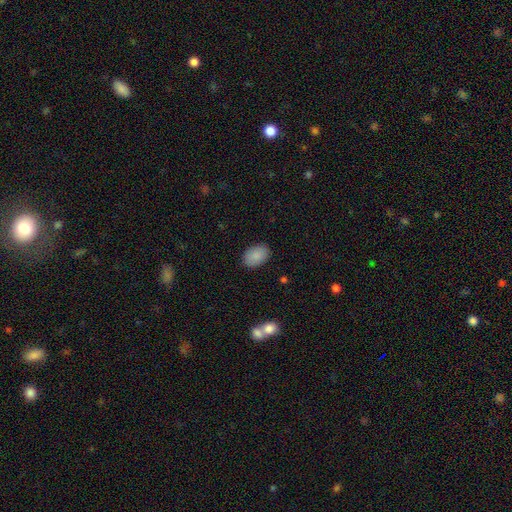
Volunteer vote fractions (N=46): A smooth galaxy with no disk features (85%) that is in between round and cigar-shaped (85%).

Vote fractions:
- Smooth or featured? smooth: 85% / star or artifact: 9% / featured or disk: 7%
- How rounded? in between: 85% / round: 13% / cigar-shaped: 3%
- Merging? none: 81% / minor disturbance: 14% / major disturbance: 2% / merger: 2%